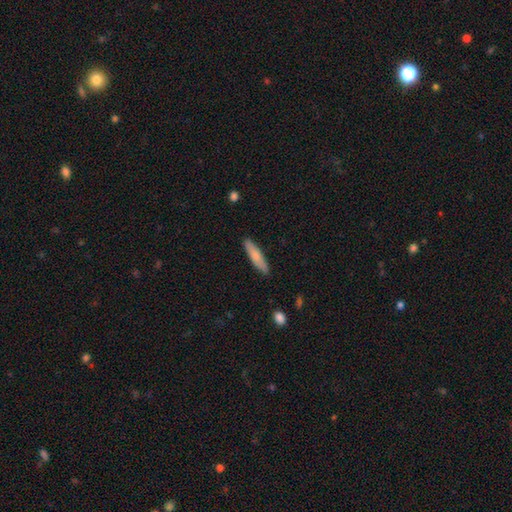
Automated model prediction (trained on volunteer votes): A smooth galaxy with no disk features (77%) that is cigar-shaped (82%). Merging: none (89%).